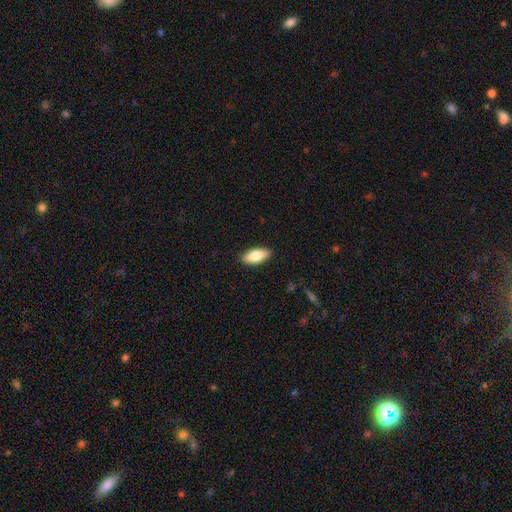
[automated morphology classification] type=smooth (78%); roundness=in between (86%); merging=none (89%).